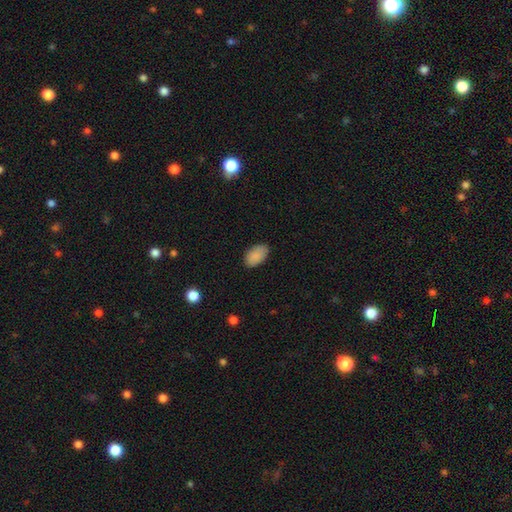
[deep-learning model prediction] Smooth or featured?
  - smooth: 89% *
  - star or artifact: 7%
  - featured or disk: 4%
How rounded?
  - in between: 94% *
  - round: 5%
  - cigar-shaped: 2%
Merging?
  - none: 85% *
  - minor disturbance: 11%
  - major disturbance: 2%
  - merger: 1%